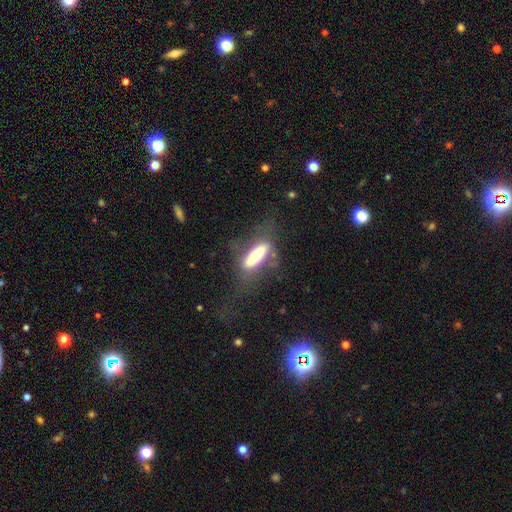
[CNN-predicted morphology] Smooth or featured? Predicted: smooth (p=0.53). How rounded? Predicted: cigar-shaped (p=0.56). Merging? Predicted: none (p=0.55).